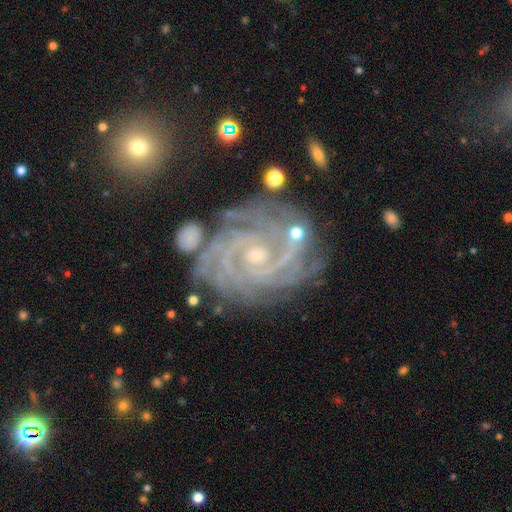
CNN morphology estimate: This is clearly a featured or disk galaxy (90%). It is clearly not viewed edge-on (97%). Bar: possibly no (58%). Spiral arm pattern: clearly yes (98%). Spiral arm count: marginally 4 (27%). Spiral winding: likely tight (78%). Central bulge: likely small (69%). Merging: likely none (72%).